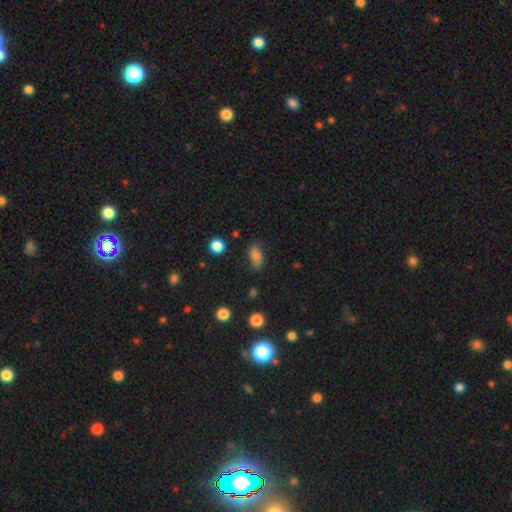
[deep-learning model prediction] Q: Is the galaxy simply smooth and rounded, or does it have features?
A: smooth — 79%.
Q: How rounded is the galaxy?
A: in between — 87%.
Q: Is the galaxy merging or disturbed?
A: none — 72%.